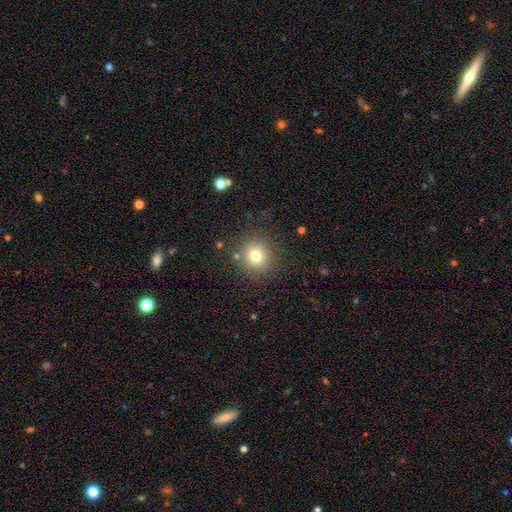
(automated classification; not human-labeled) Smooth or featured? smooth (76%)
How rounded? round (92%)
Merging? none (85%)